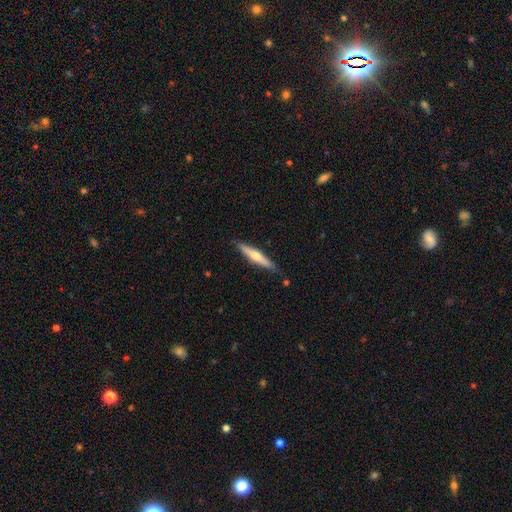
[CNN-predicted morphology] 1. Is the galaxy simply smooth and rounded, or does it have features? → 53% featured or disk, 42% smooth, 5% star or artifact.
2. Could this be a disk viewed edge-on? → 96% yes, 4% no.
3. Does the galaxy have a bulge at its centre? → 83% rounded, 11% none, 6% boxy.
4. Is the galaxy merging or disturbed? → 86% none, 11% minor disturbance, 2% major disturbance, 2% merger.